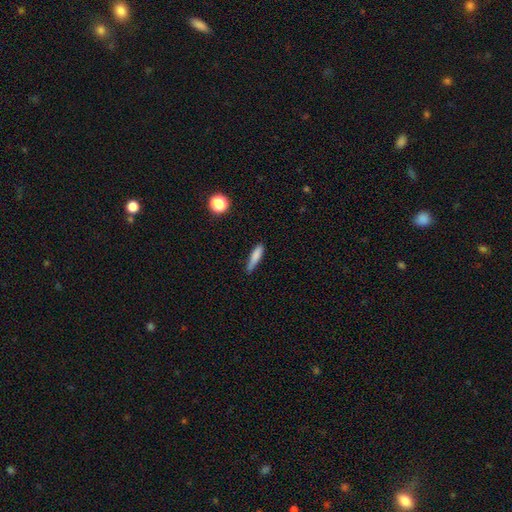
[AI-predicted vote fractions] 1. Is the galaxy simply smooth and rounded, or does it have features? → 80% smooth, 13% featured or disk, 8% star or artifact.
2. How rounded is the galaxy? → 81% cigar-shaped, 17% in between, 2% round.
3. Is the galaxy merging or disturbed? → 63% none, 29% minor disturbance, 5% major disturbance, 3% merger.